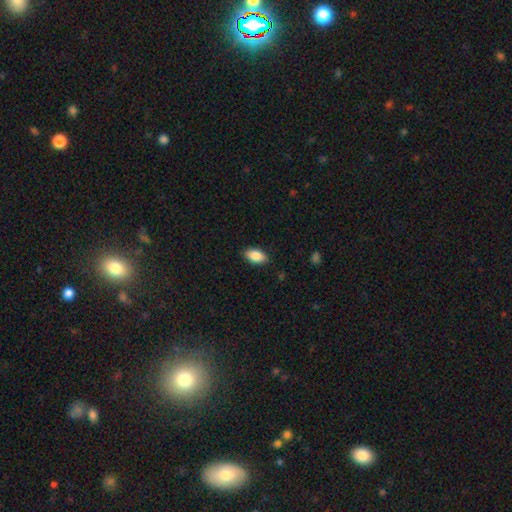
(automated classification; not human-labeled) This is clearly a smooth galaxy (87%). How rounded: clearly in between (93%). Merging: clearly none (87%).